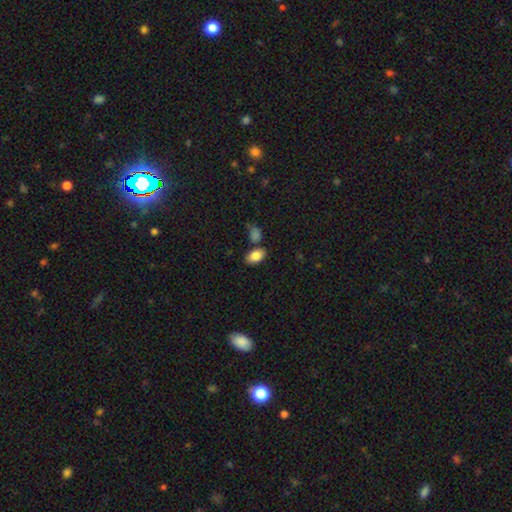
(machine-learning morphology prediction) smooth 85%, star or artifact 8%, featured or disk 7%. Down the decision tree: how rounded — in between (91%); merging — none (74%).